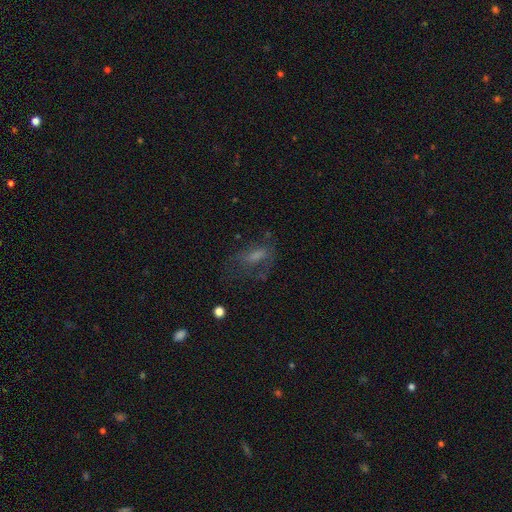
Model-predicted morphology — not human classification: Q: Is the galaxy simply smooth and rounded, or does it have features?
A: smooth — 46%.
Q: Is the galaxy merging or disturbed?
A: none — 43%.